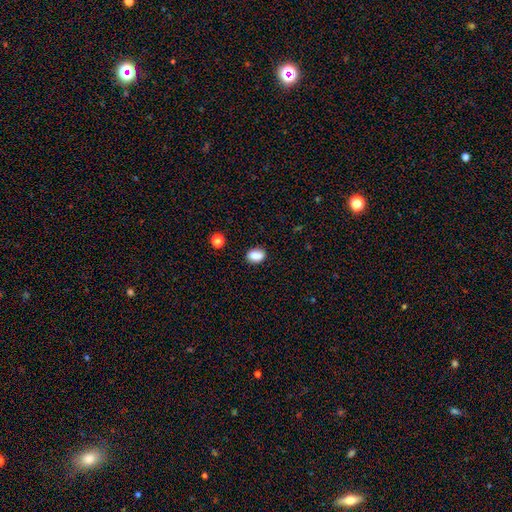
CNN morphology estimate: A smooth galaxy with no disk features (86%) that is in between round and cigar-shaped (78%).

Vote fractions:
- Smooth or featured? smooth: 86% / star or artifact: 9% / featured or disk: 5%
- How rounded? in between: 78% / round: 21% / cigar-shaped: 2%
- Merging? none: 84% / minor disturbance: 11% / major disturbance: 3% / merger: 2%